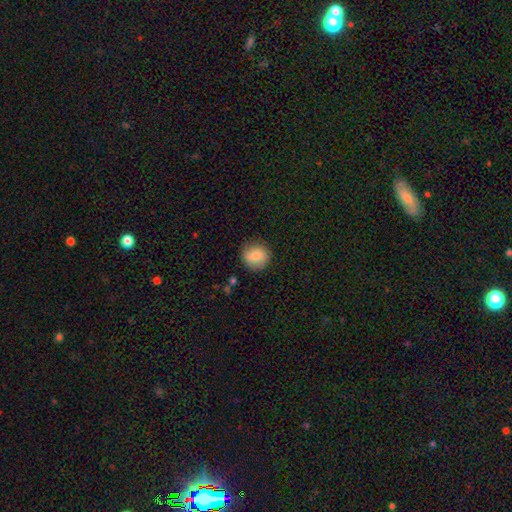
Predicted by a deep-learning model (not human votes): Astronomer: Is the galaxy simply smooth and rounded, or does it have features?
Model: smooth — 83%.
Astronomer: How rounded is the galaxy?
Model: round — 91%.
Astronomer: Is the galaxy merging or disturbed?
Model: none — 87%.